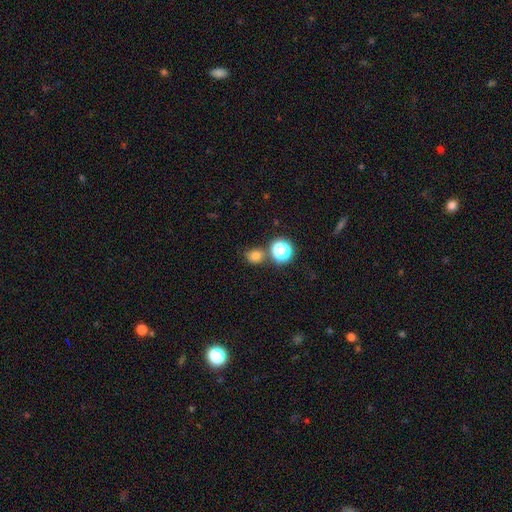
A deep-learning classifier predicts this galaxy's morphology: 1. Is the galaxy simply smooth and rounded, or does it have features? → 73% smooth, 20% star or artifact, 6% featured or disk.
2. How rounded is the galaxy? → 72% round, 27% in between, 1% cigar-shaped.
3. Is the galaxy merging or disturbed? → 72% none, 13% merger, 11% minor disturbance, 4% major disturbance.